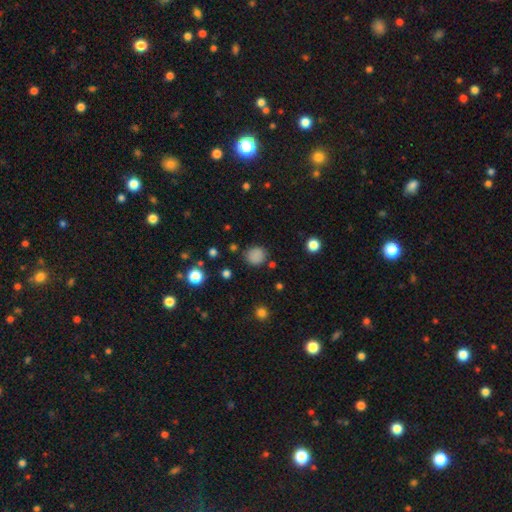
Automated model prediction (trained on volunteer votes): Morphology: type=smooth (83%); roundness=round (87%); merging=none (82%).